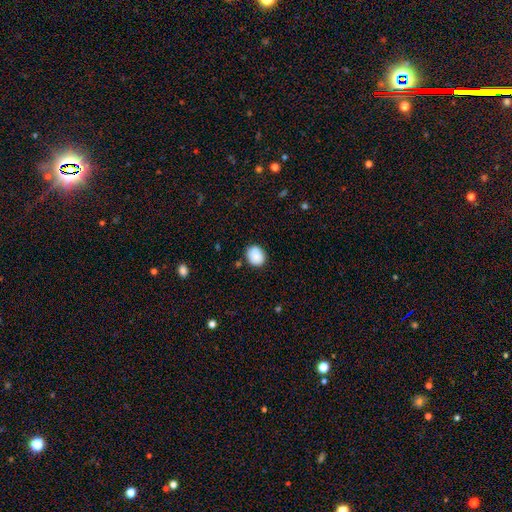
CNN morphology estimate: smooth_or_featured: smooth (p=0.89) [alt: star or artifact p=0.07]
how_rounded: round (p=0.59) [alt: in between p=0.40]
merging: none (p=0.84) [alt: minor disturbance p=0.11]